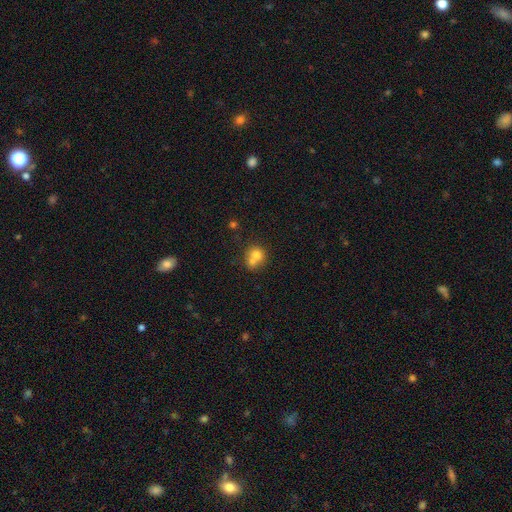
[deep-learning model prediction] This is likely a smooth galaxy (72%). How rounded: likely round (78%). Merging: possibly merger (56%).